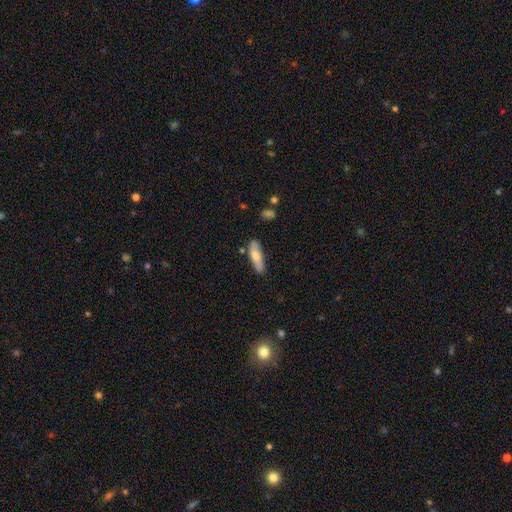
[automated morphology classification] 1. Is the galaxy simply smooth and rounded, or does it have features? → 64% smooth, 30% featured or disk, 6% star or artifact.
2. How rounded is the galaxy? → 51% in between, 47% cigar-shaped, 2% round.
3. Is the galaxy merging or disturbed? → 77% none, 17% minor disturbance, 3% merger, 3% major disturbance.